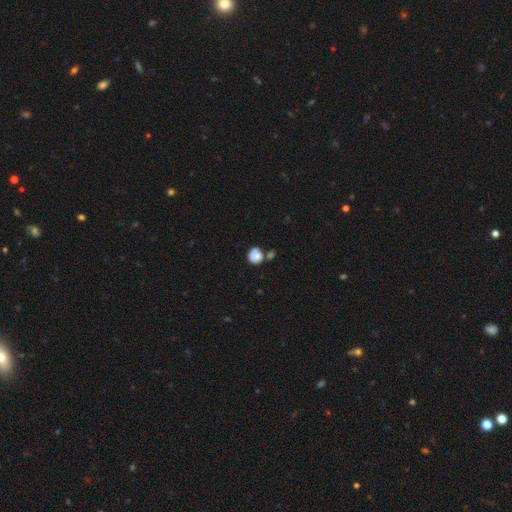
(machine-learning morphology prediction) smooth_or_featured: smooth (p=0.74) [alt: featured or disk p=0.18]
how_rounded: round (p=0.79) [alt: in between p=0.20]
merging: none (p=0.47) [alt: merger p=0.27]